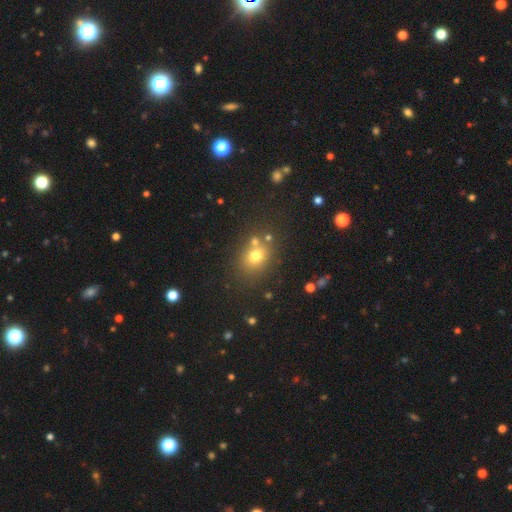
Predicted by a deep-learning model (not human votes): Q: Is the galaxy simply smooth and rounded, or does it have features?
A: smooth — 71%.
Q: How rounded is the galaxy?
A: round — 57%.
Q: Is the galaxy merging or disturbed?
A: none — 66%.